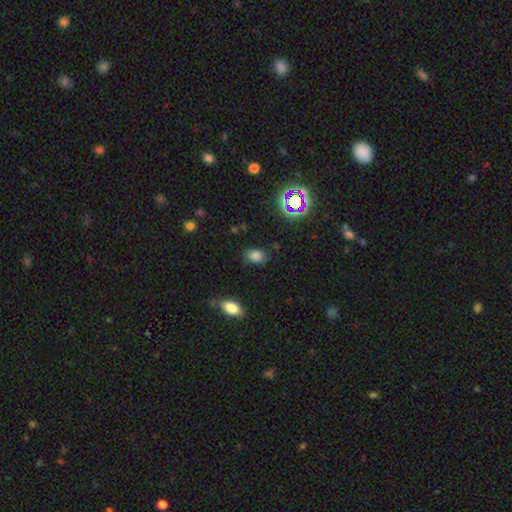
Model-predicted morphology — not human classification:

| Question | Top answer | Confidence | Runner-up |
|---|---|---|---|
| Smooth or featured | smooth | 76% | star or artifact (17%) |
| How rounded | in between | 83% | round (15%) |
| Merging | none | 79% | minor disturbance (15%) |